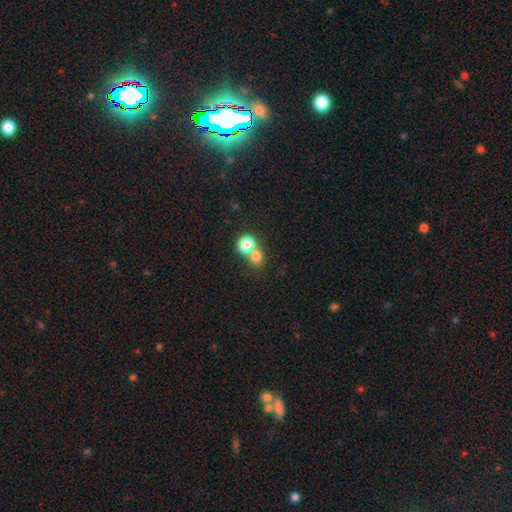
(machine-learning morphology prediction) smooth 76%, star or artifact 14%, featured or disk 11%. Down the decision tree: how rounded — round (77%); merging — merger (52%).